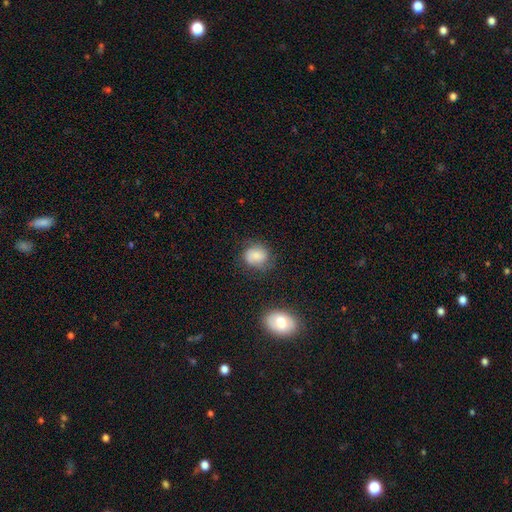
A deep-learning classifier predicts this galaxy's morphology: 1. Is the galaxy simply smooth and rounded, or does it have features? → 67% smooth, 24% featured or disk, 10% star or artifact.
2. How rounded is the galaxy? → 63% round, 36% in between, 1% cigar-shaped.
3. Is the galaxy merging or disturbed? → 64% none, 24% minor disturbance, 9% major disturbance, 3% merger.